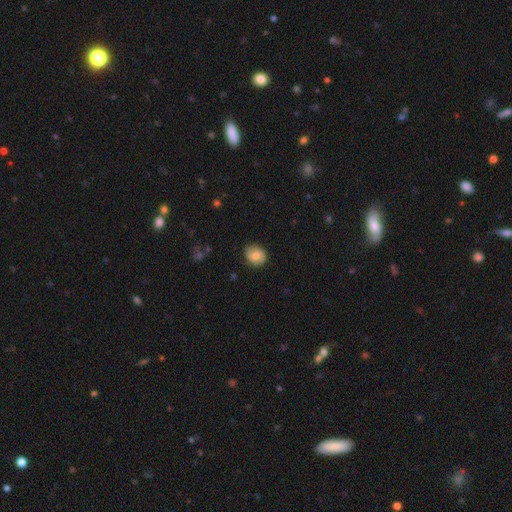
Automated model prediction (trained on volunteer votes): smooth-or-featured: smooth: 73% | featured or disk: 19% | star or artifact: 8%
  how-rounded: round: 59% | in between: 40% | cigar-shaped: 1%
  merging: none: 79% | minor disturbance: 16% | major disturbance: 3% | merger: 1%